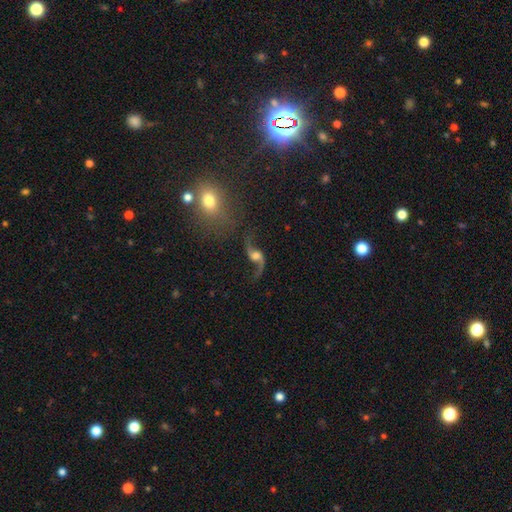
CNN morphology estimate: smooth-or-featured: featured or disk: 87% | star or artifact: 7% | smooth: 6%
  disk-edge-on: no: 96% | yes: 4%
    bar: no: 60% | weak: 30% | strong: 9%
    has-spiral-arms: yes: 96% | no: 4%
      spiral-winding: loose: 93% | medium: 6% | tight: 2%
      spiral-arm-count: 2: 93% | 1: 3% | can't tell: 1% | 3: 1% | 4: 1% | more than 4: 1%
    bulge-size: moderate: 49% | large: 22% | small: 19% | none: 6% | dominant: 4%
  merging: none: 71% | minor disturbance: 13% | major disturbance: 12% | merger: 4%